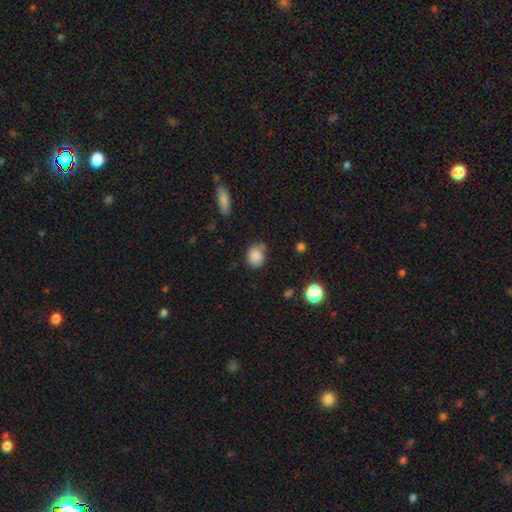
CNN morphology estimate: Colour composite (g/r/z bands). It shows a smooth galaxy with no disk features (85%) that is round (57%). Merging: none (64%).